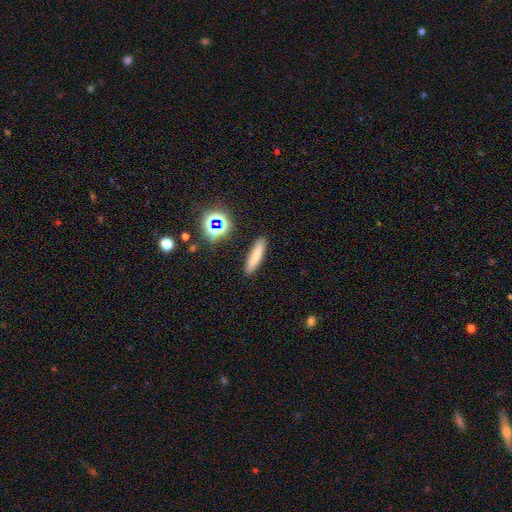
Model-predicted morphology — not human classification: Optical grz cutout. It shows a smooth galaxy with no disk features (75%) that is cigar-shaped (82%). Merging: none (89%).